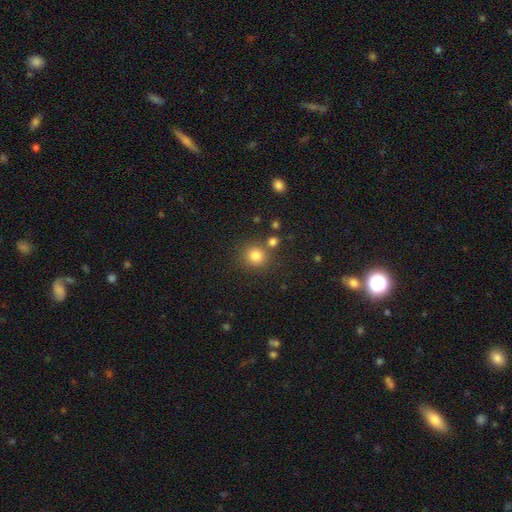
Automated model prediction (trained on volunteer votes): A smooth galaxy with no disk features (81%) that is round (89%). Merging: none (75%).